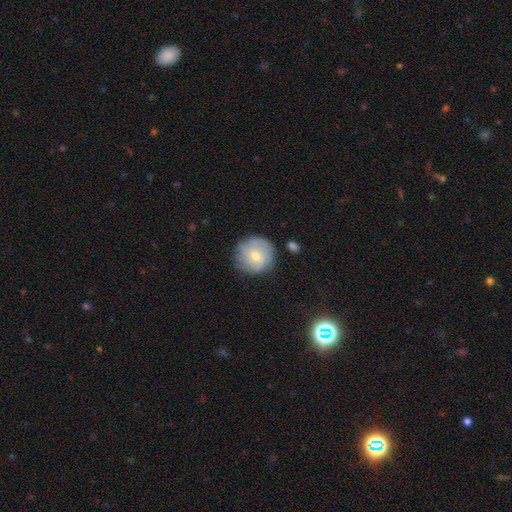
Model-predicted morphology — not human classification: Q: Smooth or featured?
A: smooth (50%); runner-up: featured or disk (42%)
Q: Merging?
A: none (79%); runner-up: minor disturbance (14%)